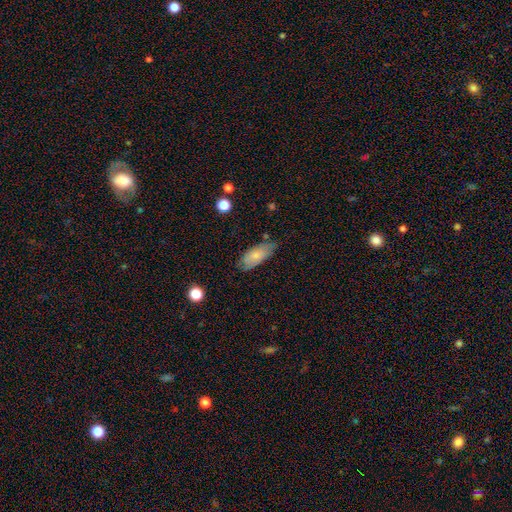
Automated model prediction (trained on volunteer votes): The model was most divided on "merging": none: 68%, minor disturbance: 25%, major disturbance: 5%, merger: 2%. More confident: how rounded — in between (85%); smooth or featured — smooth (76%).